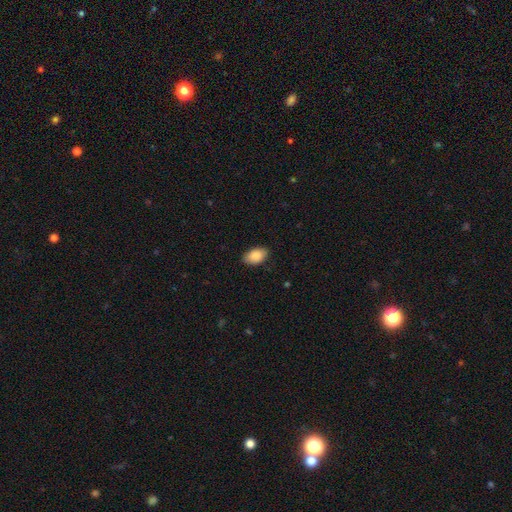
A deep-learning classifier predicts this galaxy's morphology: Overall: smooth (88%). How rounded: in between (92%). Merging: none (85%).